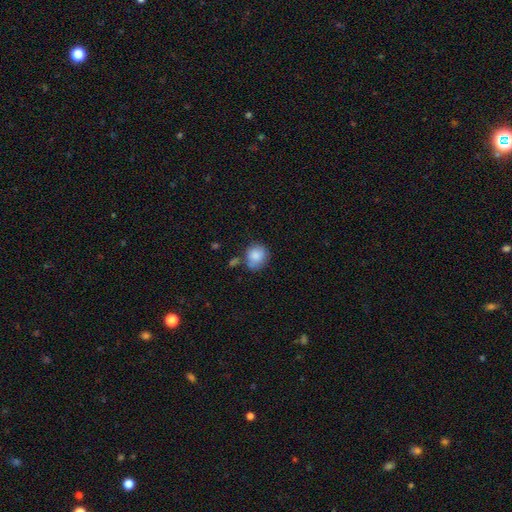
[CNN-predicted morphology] smooth 85%, star or artifact 8%, featured or disk 7%. Down the decision tree: how rounded — round (70%); merging — none (59%).